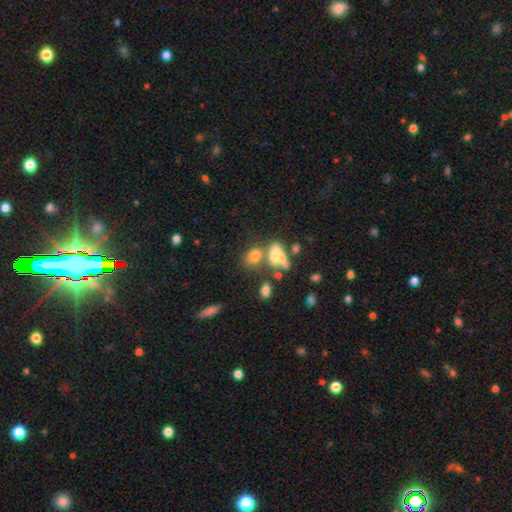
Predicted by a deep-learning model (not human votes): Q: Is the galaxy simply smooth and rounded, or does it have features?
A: smooth — 60%.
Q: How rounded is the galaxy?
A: in between — 70%.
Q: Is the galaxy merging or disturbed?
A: merger — 43%.